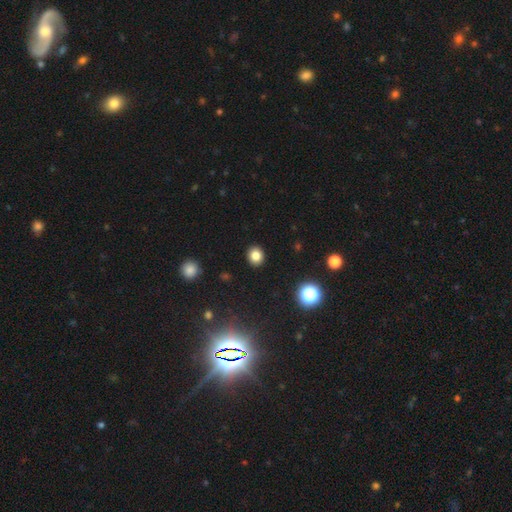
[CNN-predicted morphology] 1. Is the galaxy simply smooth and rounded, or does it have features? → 82% smooth, 12% star or artifact, 6% featured or disk.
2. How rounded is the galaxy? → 74% round, 25% in between, 1% cigar-shaped.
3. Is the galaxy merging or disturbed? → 91% none, 6% minor disturbance, 2% major disturbance, 1% merger.